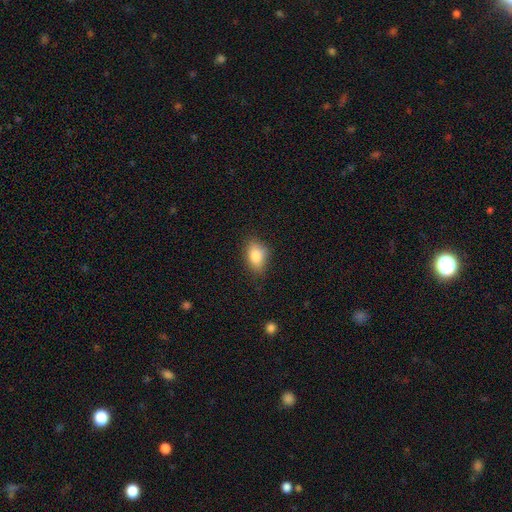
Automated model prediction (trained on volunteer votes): The model was most divided on "merging": none: 78%, minor disturbance: 18%, major disturbance: 4%, merger: 1%. More confident: smooth or featured — smooth (82%); how rounded — in between (81%).